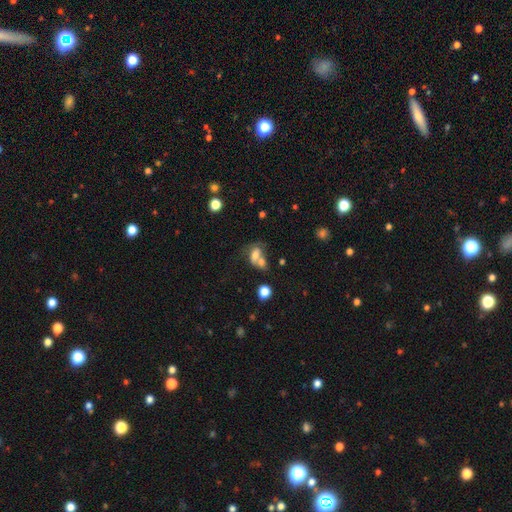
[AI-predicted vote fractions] Smooth or featured? Predicted: smooth (p=0.65). How rounded? Predicted: in between (p=0.76). Merging? Predicted: merger (p=0.58).